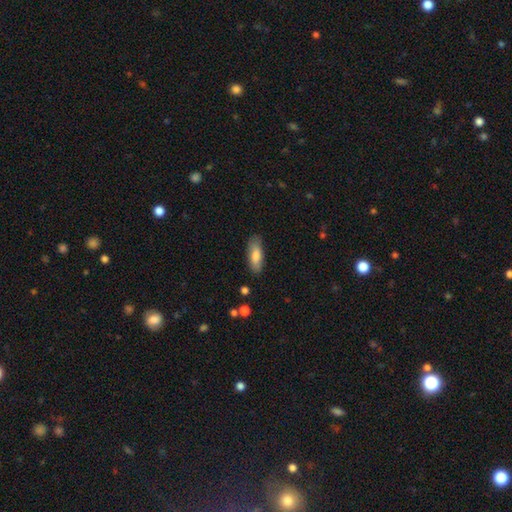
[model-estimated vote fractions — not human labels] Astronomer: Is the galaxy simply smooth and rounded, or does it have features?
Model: smooth — 78%.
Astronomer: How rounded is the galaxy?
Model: in between — 65%.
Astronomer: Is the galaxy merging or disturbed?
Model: none — 82%.